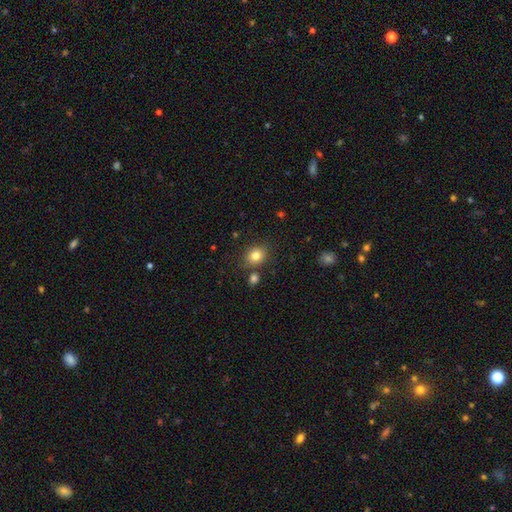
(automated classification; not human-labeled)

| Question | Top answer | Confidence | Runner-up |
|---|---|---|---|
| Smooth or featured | smooth | 82% | star or artifact (11%) |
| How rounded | round | 59% | in between (40%) |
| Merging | none | 79% | minor disturbance (11%) |